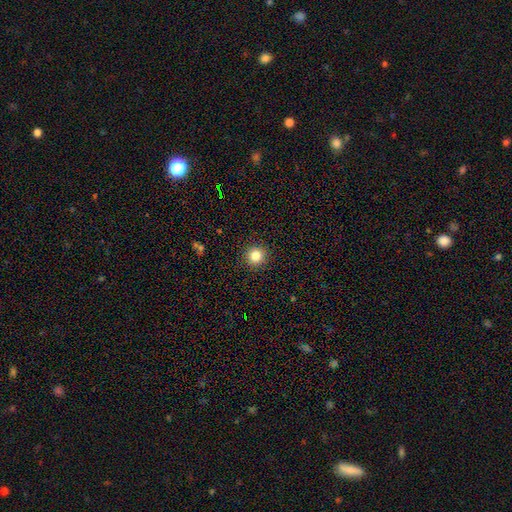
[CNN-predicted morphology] Smooth or featured?
  - smooth: 84% *
  - star or artifact: 11%
  - featured or disk: 5%
How rounded?
  - round: 94% *
  - in between: 5%
  - cigar-shaped: 1%
Merging?
  - none: 92% *
  - minor disturbance: 5%
  - major disturbance: 2%
  - merger: 1%